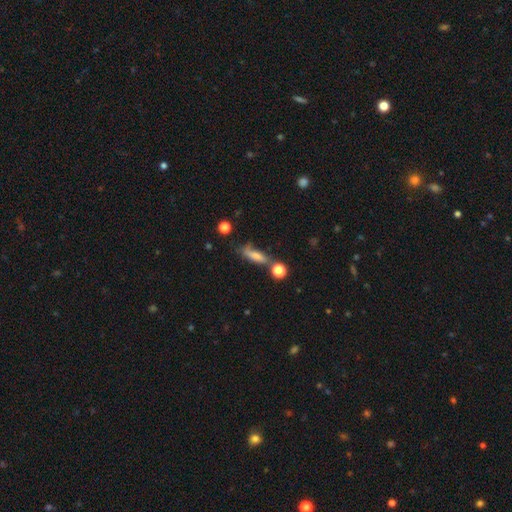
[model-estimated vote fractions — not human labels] Smooth or featured? Predicted: smooth (p=0.53). How rounded? Predicted: cigar-shaped (p=0.59). Merging? Predicted: none (p=0.60).